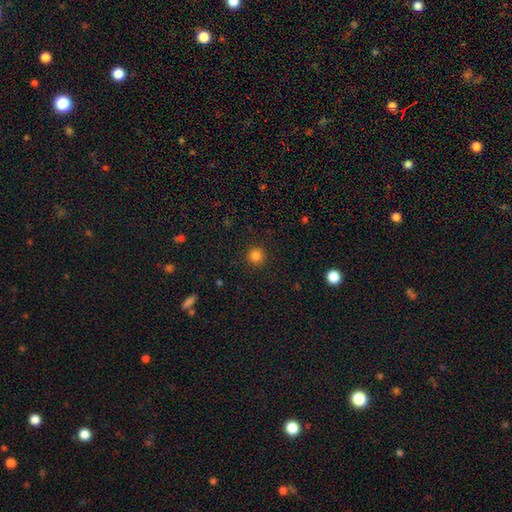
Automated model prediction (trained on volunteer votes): The model was most divided on "smooth or featured": smooth: 84%, star or artifact: 12%, featured or disk: 4%. More confident: how rounded — round (95%); merging — none (91%).